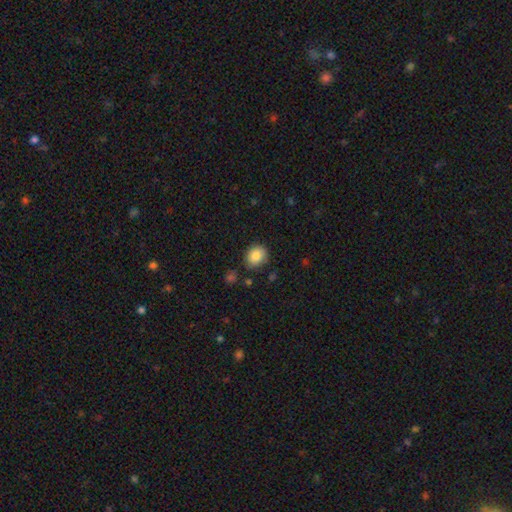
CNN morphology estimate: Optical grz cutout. It shows a smooth galaxy with no disk features (85%) that is round (61%). Merging: none (81%).